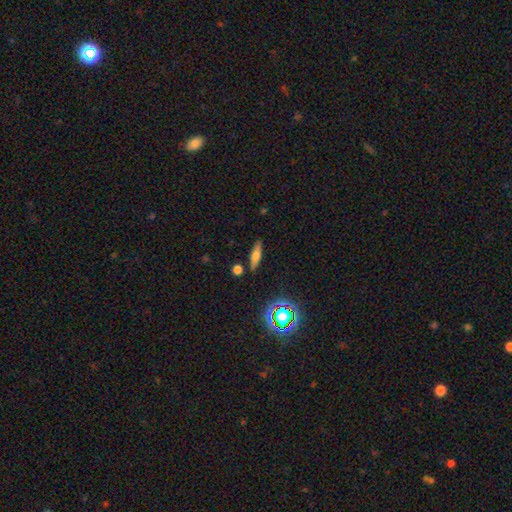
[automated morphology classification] smooth-or-featured: smooth: 54% | featured or disk: 34% | star or artifact: 13%
  how-rounded: cigar-shaped: 64% | in between: 32% | round: 4%
  merging: none: 85% | minor disturbance: 9% | merger: 3% | major disturbance: 2%